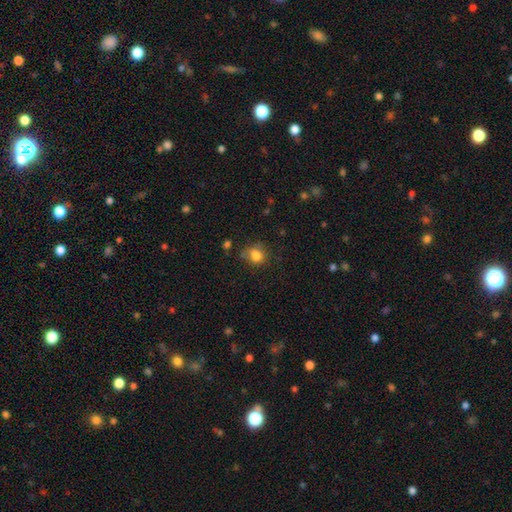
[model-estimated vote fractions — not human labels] Morphology: type=smooth (81%); roundness=round (72%); merging=none (62%).